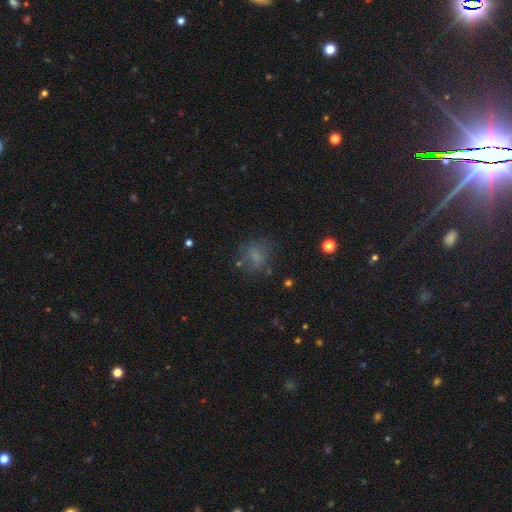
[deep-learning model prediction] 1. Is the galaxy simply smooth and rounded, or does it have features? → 65% smooth, 18% featured or disk, 17% star or artifact.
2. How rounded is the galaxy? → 65% round, 33% in between, 1% cigar-shaped.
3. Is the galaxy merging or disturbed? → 61% none, 20% minor disturbance, 14% major disturbance, 5% merger.